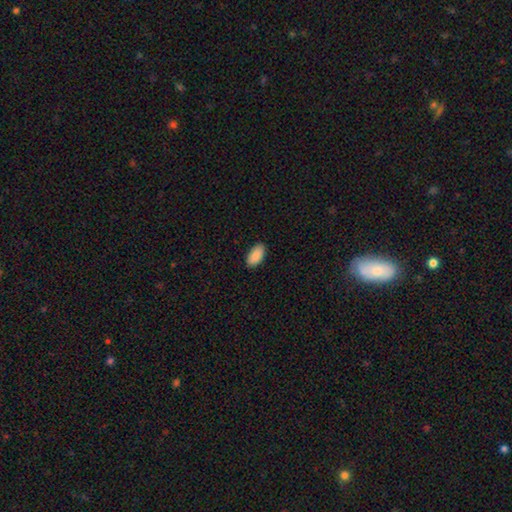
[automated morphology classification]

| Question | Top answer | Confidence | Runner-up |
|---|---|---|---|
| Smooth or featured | smooth | 90% | star or artifact (6%) |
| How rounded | in between | 95% | cigar-shaped (3%) |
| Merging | none | 88% | minor disturbance (9%) |